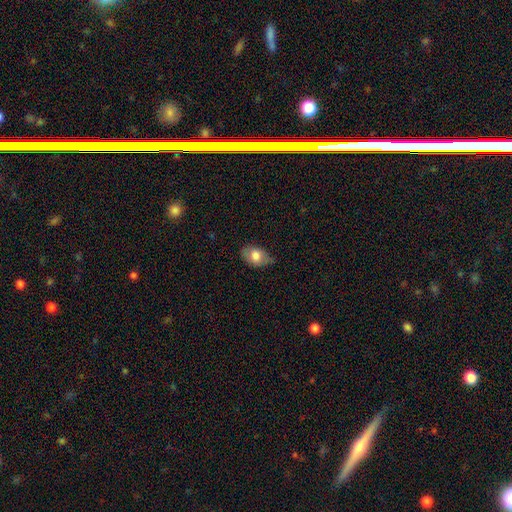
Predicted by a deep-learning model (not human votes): This is likely a smooth galaxy (74%). How rounded: clearly in between (85%). Merging: possibly none (55%).